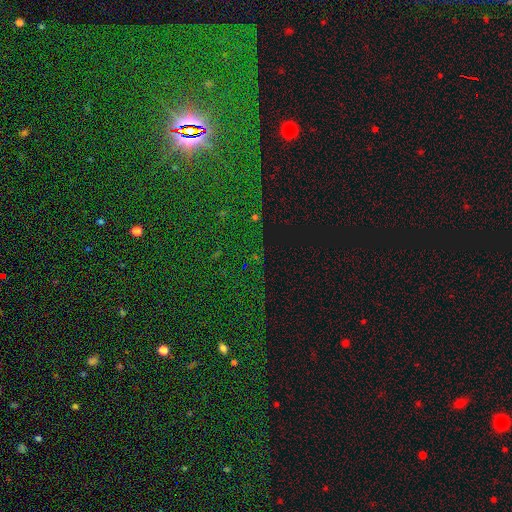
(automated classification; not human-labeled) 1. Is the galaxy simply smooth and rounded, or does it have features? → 82% star or artifact, 10% smooth, 8% featured or disk.